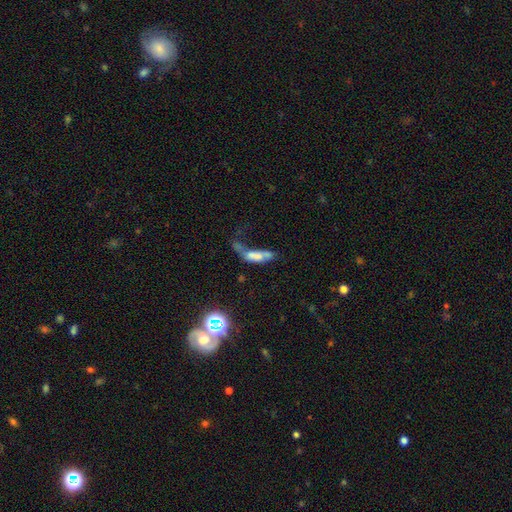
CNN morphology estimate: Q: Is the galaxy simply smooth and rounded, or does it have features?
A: smooth — 55%.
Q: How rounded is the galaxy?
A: in between — 57%.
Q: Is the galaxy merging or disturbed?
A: major disturbance — 36%.